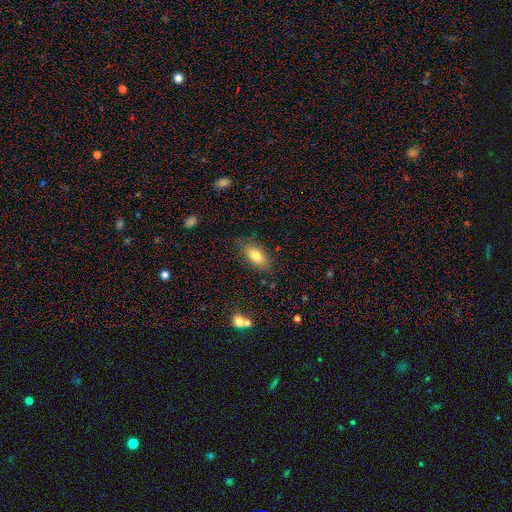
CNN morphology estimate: Smooth or featured?
  - smooth: 78% *
  - featured or disk: 14%
  - star or artifact: 8%
How rounded?
  - in between: 87% *
  - cigar-shaped: 9%
  - round: 4%
Merging?
  - none: 80% *
  - minor disturbance: 15%
  - major disturbance: 4%
  - merger: 2%